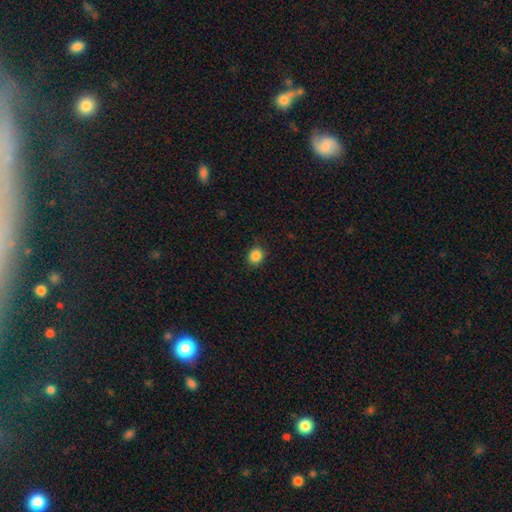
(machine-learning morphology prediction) The model was most divided on "how rounded": round: 72%, in between: 27%, cigar-shaped: 1%. More confident: merging — none (88%); smooth or featured — smooth (86%).